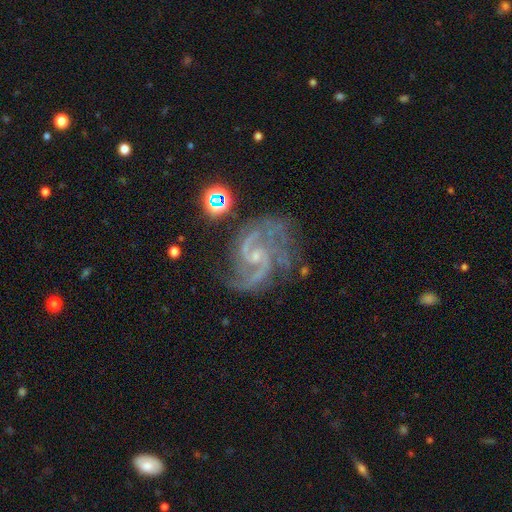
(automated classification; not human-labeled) Q: Smooth or featured?
A: featured or disk (91%); runner-up: star or artifact (6%)
Q: Edge-on disk?
A: no (98%); runner-up: yes (2%)
Q: Bar?
A: no (47%); runner-up: weak (43%)
Q: Spiral arms?
A: yes (98%); runner-up: no (2%)
Q: Spiral winding?
A: medium (59%); runner-up: loose (23%)
Q: Spiral arm count?
A: 2 (77%); runner-up: 3 (9%)
Q: Bulge size?
A: small (75%); runner-up: moderate (15%)
Q: Merging?
A: none (61%); runner-up: minor disturbance (21%)